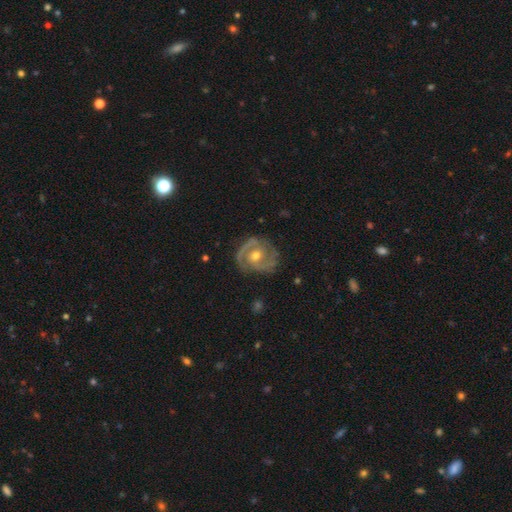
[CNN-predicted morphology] Smooth or featured? featured or disk (87%)
Edge-on disk? no (97%)
Bar? no (57%)
Spiral arms? yes (95%)
Spiral winding? tight (51%)
Spiral arm count? 2 (72%)
Bulge size? moderate (71%)
Merging? none (78%)